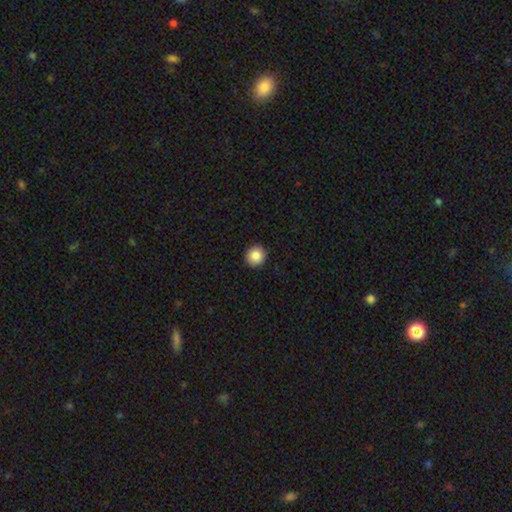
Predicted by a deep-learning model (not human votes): smooth_or_featured: smooth (p=0.86) [alt: star or artifact p=0.09]
how_rounded: round (p=0.90) [alt: in between p=0.09]
merging: none (p=0.92) [alt: minor disturbance p=0.05]